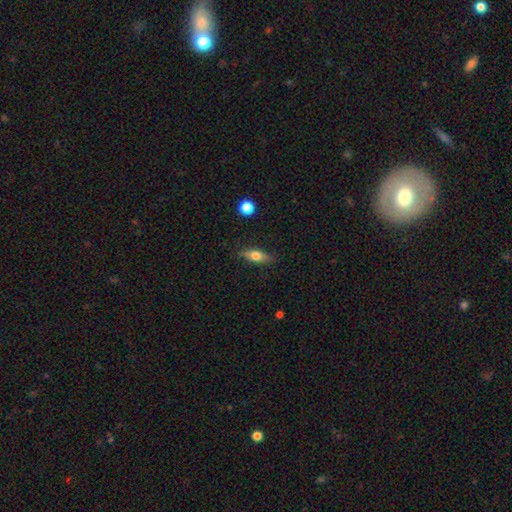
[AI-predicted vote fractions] Overall: smooth (62%; featured or disk 31%). How rounded: in between (56%; cigar-shaped 39%). Merging: none (84%).